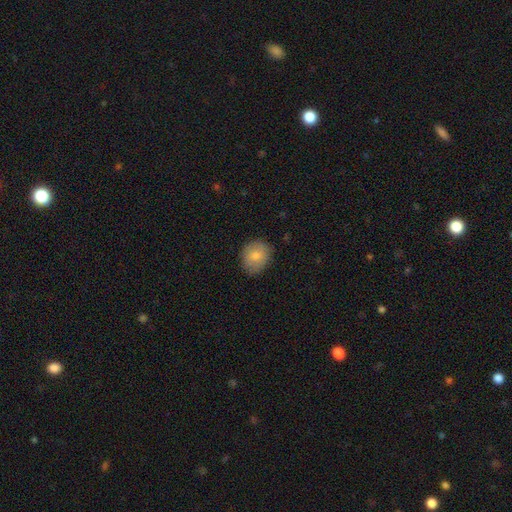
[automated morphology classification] A smooth galaxy with no disk features (80%) that is round (65%). Merging: none (79%).